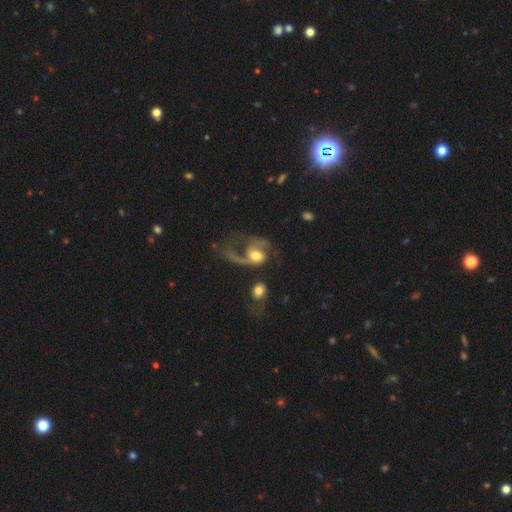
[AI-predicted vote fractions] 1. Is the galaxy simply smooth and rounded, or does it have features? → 78% featured or disk, 16% smooth, 6% star or artifact.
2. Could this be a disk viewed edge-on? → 97% no, 3% yes.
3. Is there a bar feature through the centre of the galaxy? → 62% no, 30% weak, 8% strong.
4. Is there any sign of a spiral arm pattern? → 90% yes, 10% no.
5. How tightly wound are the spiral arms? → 57% loose, 35% medium, 8% tight.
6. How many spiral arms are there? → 60% 2, 32% 1, 4% can't tell, 2% 3, 1% 4, 1% more than 4.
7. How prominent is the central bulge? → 62% moderate, 20% large, 13% small, 2% none, 2% dominant.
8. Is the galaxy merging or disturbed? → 43% major disturbance, 32% none, 15% minor disturbance, 9% merger.